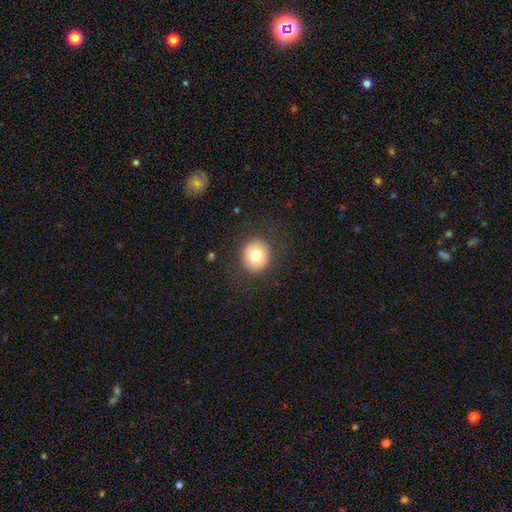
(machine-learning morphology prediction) This appears to be a smooth galaxy with no disk features (79%) that is round (88%). Merging: none (87%).